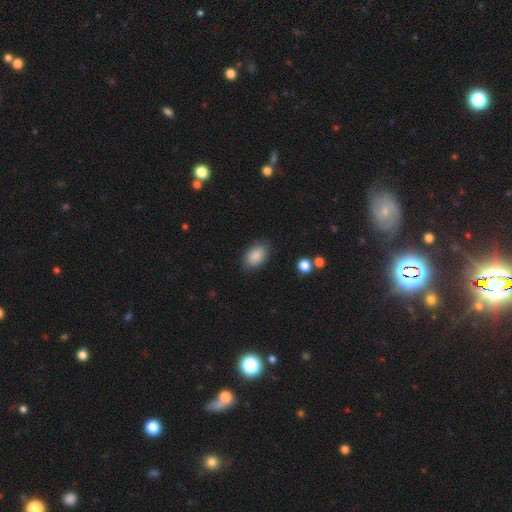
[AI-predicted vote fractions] Smooth or featured? smooth (88%)
How rounded? in between (90%)
Merging? none (83%)